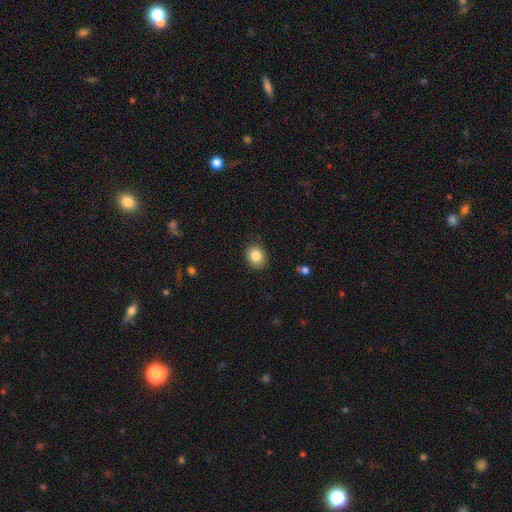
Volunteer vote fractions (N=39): A smooth galaxy with no disk features (82%) that is round (59%).

Vote fractions:
- Smooth or featured? smooth: 82% / featured or disk: 10% / star or artifact: 8%
- How rounded? round: 59% / in between: 41% / cigar-shaped: 0%
- Merging? none: 69% / minor disturbance: 25% / major disturbance: 3% / merger: 3%